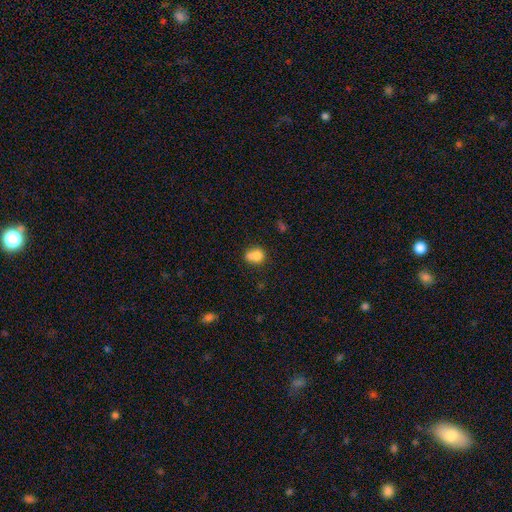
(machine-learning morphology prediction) The model was most divided on "merging": none: 40%, merger: 36%, minor disturbance: 18%, major disturbance: 7%. More confident: smooth or featured — smooth (76%); how rounded — round (58%).